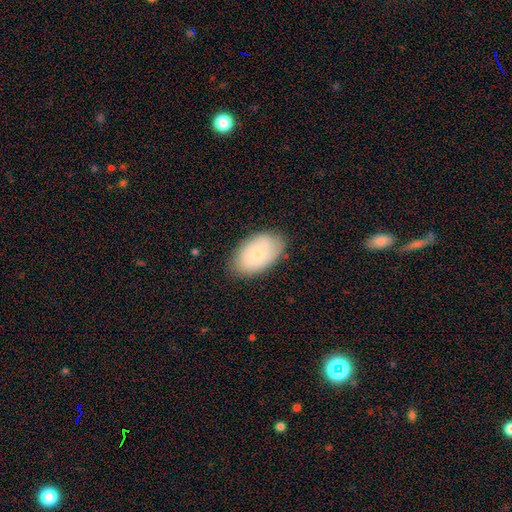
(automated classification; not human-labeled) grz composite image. It shows a smooth galaxy with no disk features (70%) that is in between round and cigar-shaped (93%). Merging: none (82%).